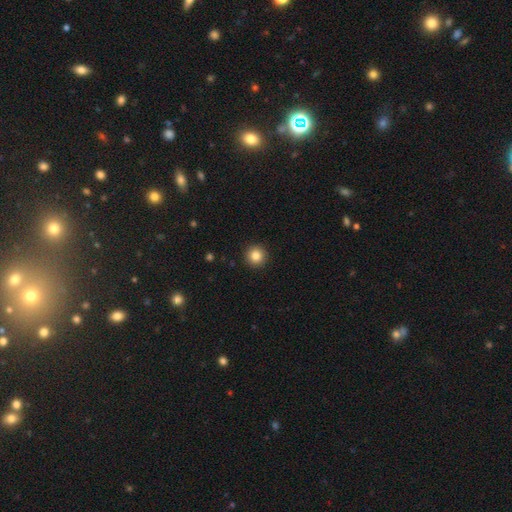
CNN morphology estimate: The model was most divided on "smooth or featured": smooth: 84%, star or artifact: 11%, featured or disk: 5%. More confident: how rounded — round (96%); merging — none (93%).